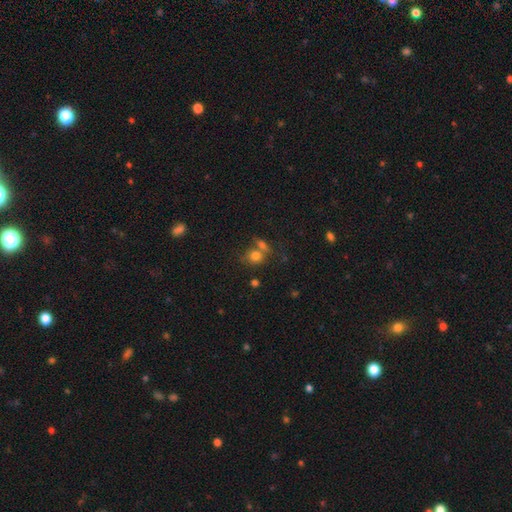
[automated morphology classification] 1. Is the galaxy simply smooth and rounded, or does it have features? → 77% smooth, 13% star or artifact, 11% featured or disk.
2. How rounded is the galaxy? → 72% round, 27% in between, 2% cigar-shaped.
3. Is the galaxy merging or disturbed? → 48% none, 36% merger, 11% minor disturbance, 5% major disturbance.